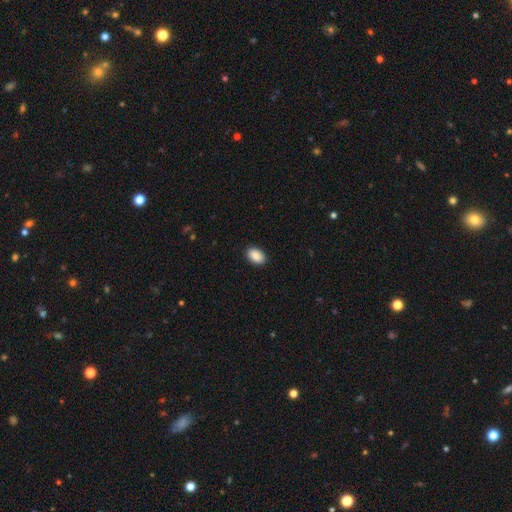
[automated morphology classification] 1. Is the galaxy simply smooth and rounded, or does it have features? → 90% smooth, 7% star or artifact, 3% featured or disk.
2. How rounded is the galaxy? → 87% in between, 11% round, 1% cigar-shaped.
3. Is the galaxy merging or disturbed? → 90% none, 8% minor disturbance, 2% major disturbance, 1% merger.